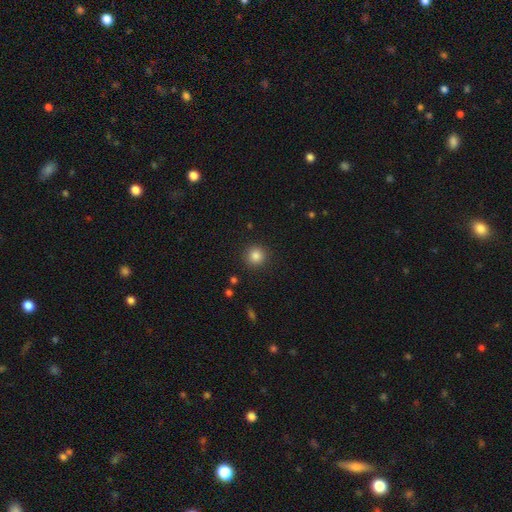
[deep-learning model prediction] Smooth or featured? smooth (85%)
How rounded? round (94%)
Merging? none (91%)